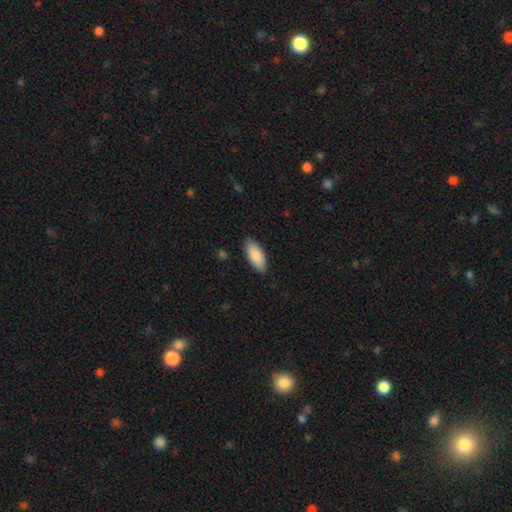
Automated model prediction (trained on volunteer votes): Smooth or featured: smooth — 89% (featured or disk — 6%)
How rounded: in between — 86% (cigar-shaped — 12%)
Merging: none — 86% (minor disturbance — 11%)